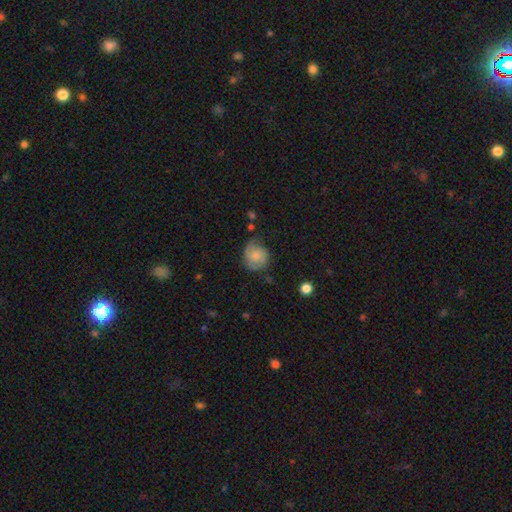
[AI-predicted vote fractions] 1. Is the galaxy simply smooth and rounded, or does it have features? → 61% smooth, 31% featured or disk, 8% star or artifact.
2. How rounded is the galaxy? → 77% round, 22% in between, 1% cigar-shaped.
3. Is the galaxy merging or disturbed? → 55% none, 31% minor disturbance, 11% major disturbance, 3% merger.